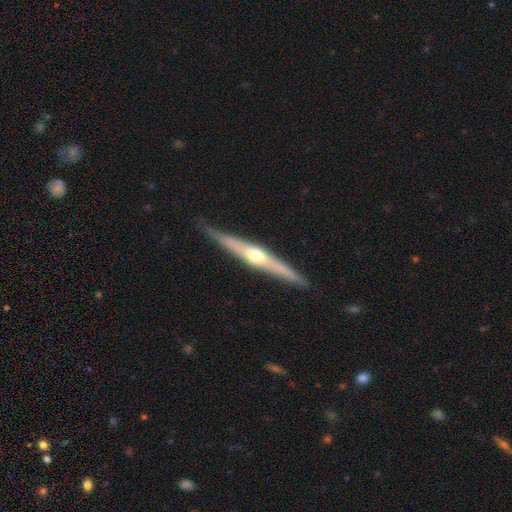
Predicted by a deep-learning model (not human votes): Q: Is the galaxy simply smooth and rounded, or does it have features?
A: featured or disk — 79%.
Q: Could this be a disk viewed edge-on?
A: yes — 97%.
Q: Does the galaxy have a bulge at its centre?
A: rounded — 90%.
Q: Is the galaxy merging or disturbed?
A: none — 88%.